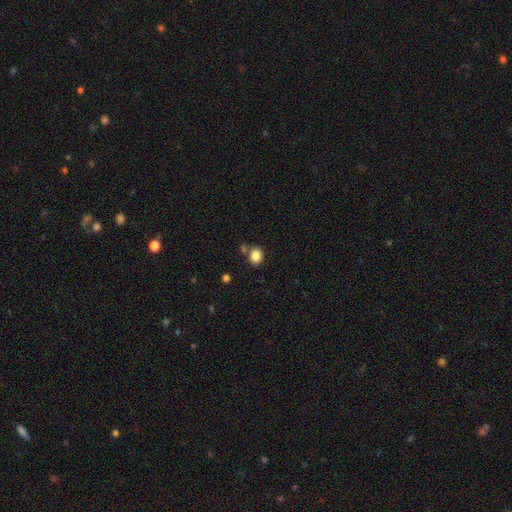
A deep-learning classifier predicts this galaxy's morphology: A smooth galaxy with no disk features (85%) that is in between round and cigar-shaped (53%).

Vote fractions:
- Smooth or featured? smooth: 85% / star or artifact: 10% / featured or disk: 5%
- How rounded? in between: 53% / round: 46% / cigar-shaped: 1%
- Merging? none: 71% / merger: 13% / minor disturbance: 12% / major disturbance: 3%